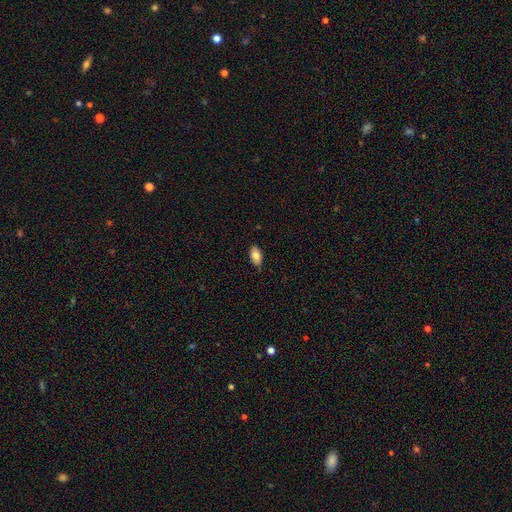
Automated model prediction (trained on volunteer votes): Smooth or featured: smooth — 82% (featured or disk — 11%)
How rounded: in between — 92% (cigar-shaped — 4%)
Merging: none — 85% (minor disturbance — 12%)